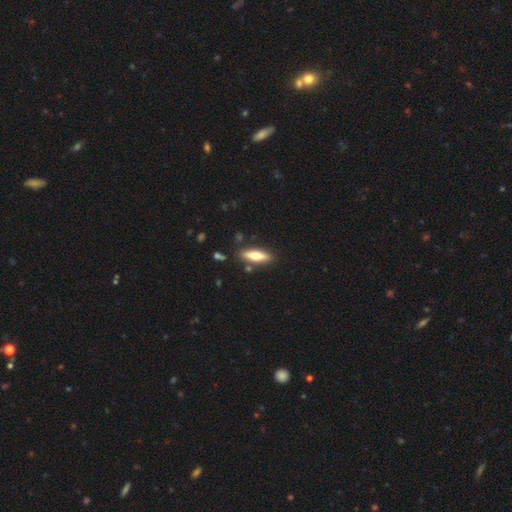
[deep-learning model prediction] The model was most divided on "how rounded": cigar-shaped: 58%, in between: 40%, round: 2%. More confident: merging — none (84%); smooth or featured — smooth (61%).